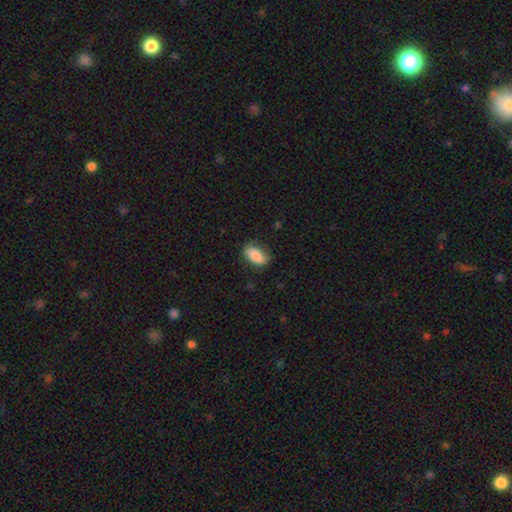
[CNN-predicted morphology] Q: Smooth or featured?
A: smooth (85%); runner-up: featured or disk (8%)
Q: How rounded?
A: in between (90%); runner-up: cigar-shaped (7%)
Q: Merging?
A: none (78%); runner-up: minor disturbance (17%)